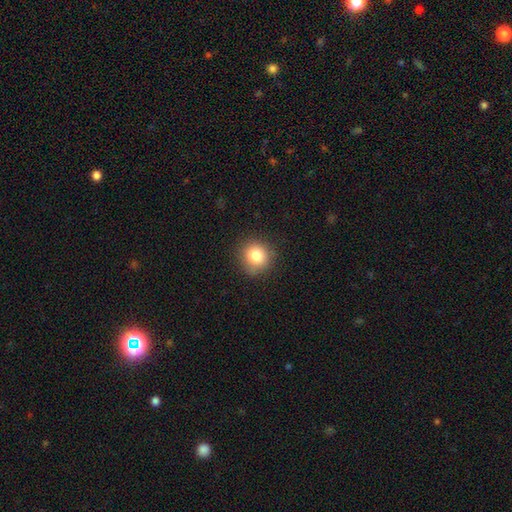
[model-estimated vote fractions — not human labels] Smooth or featured? smooth (82%)
How rounded? round (88%)
Merging? none (86%)